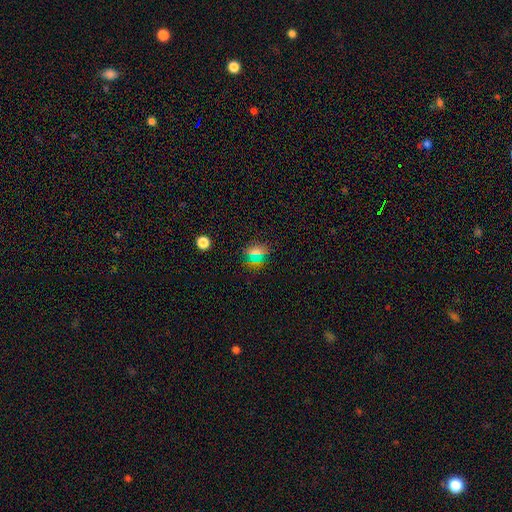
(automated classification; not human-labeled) Q: Smooth or featured?
A: smooth (63%); runner-up: star or artifact (28%)
Q: How rounded?
A: round (71%); runner-up: in between (25%)
Q: Merging?
A: none (84%); runner-up: minor disturbance (10%)